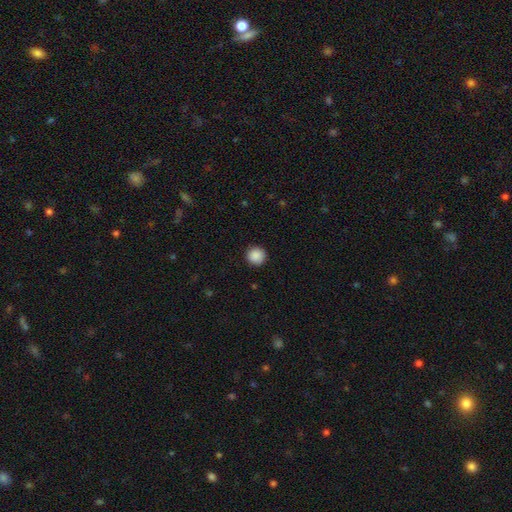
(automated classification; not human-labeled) smooth 89%, star or artifact 8%, featured or disk 2%. Down the decision tree: how rounded — round (94%); merging — none (92%).